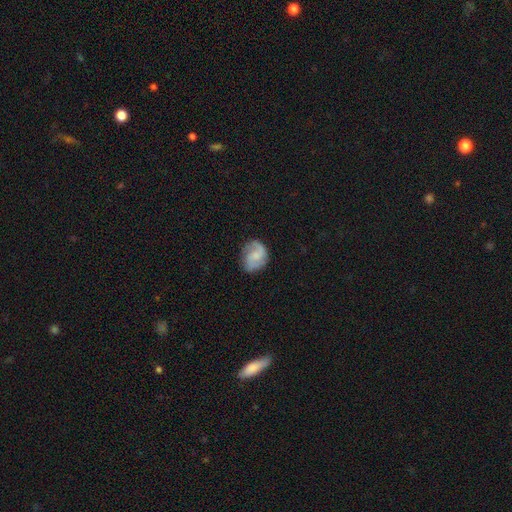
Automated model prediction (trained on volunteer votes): A featured or disk galaxy (69%) with no bar (53%), 2 (80%) medium (48%) spiral arms (94%) and a small central bulge (38%).

Vote fractions:
- Smooth or featured? featured or disk: 69% / smooth: 24% / star or artifact: 6%
- Edge-on disk? no: 98% / yes: 2%
- Bar? no: 53% / weak: 40% / strong: 7%
- Spiral arms? yes: 94% / no: 6%
- Spiral winding? medium: 48% / loose: 31% / tight: 22%
- Spiral arm count? 2: 80% / can't tell: 7% / 3: 5% / 1: 5% / 4: 1% / more than 4: 1%
- Bulge size? small: 38% / none: 29% / moderate: 27% / large: 4% / dominant: 1%
- Merging? none: 72% / minor disturbance: 19% / major disturbance: 7% / merger: 1%